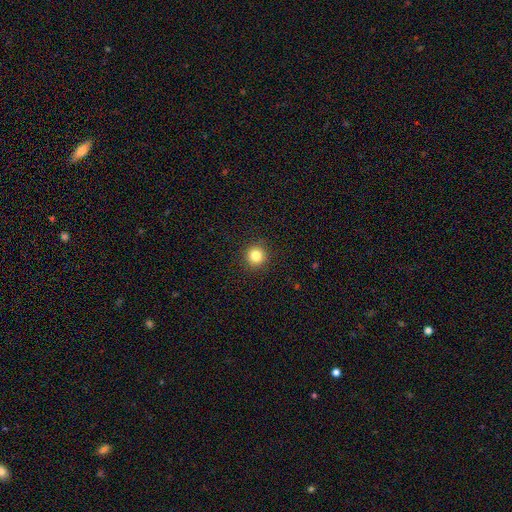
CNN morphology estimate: Q: Smooth or featured?
A: smooth (83%); runner-up: star or artifact (12%)
Q: How rounded?
A: round (95%); runner-up: in between (4%)
Q: Merging?
A: none (92%); runner-up: minor disturbance (5%)